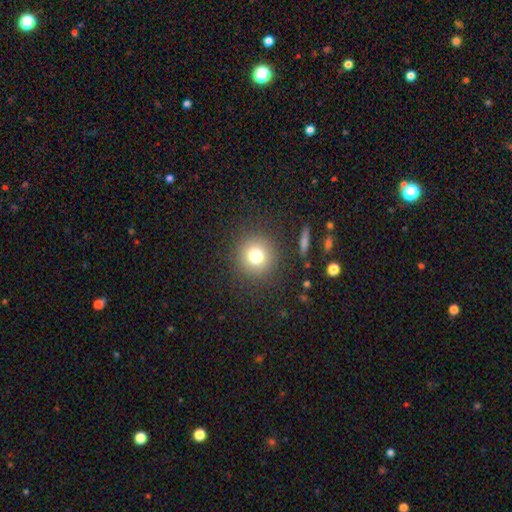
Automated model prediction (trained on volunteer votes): Q: Smooth or featured?
A: smooth (75%); runner-up: star or artifact (14%)
Q: How rounded?
A: round (93%); runner-up: in between (6%)
Q: Merging?
A: none (88%); runner-up: minor disturbance (7%)